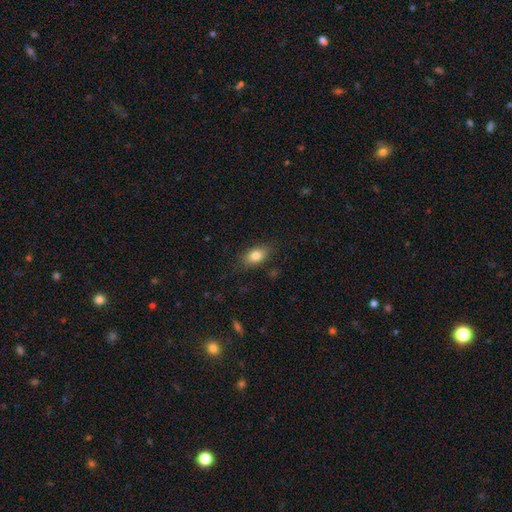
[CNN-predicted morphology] This is clearly a smooth galaxy (82%). How rounded: clearly in between (86%). Merging: clearly none (83%).